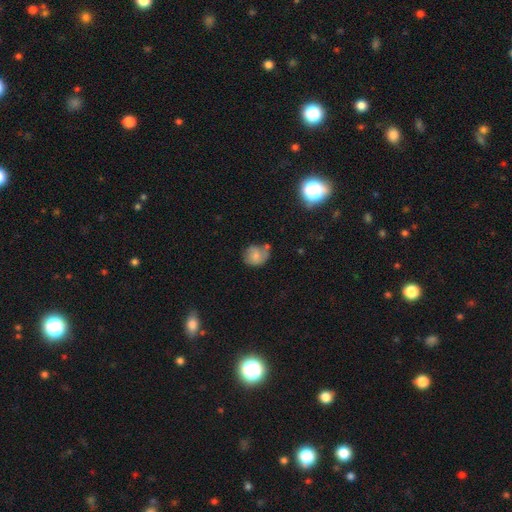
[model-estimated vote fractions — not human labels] Smooth or featured? smooth (68%)
How rounded? round (71%)
Merging? none (47%)